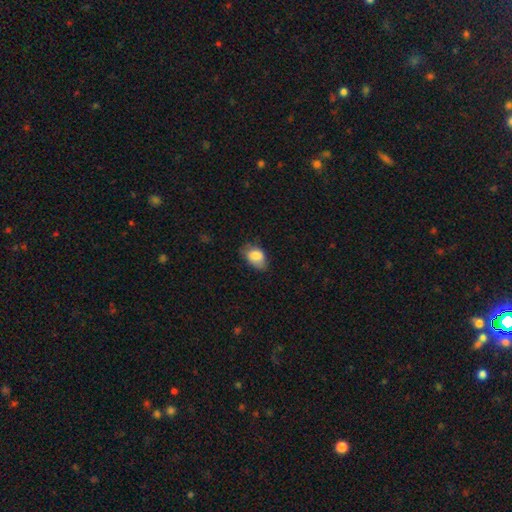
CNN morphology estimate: The model was most divided on "merging": none: 58%, minor disturbance: 32%, major disturbance: 9%, merger: 1%. More confident: how rounded — in between (83%); smooth or featured — smooth (83%).